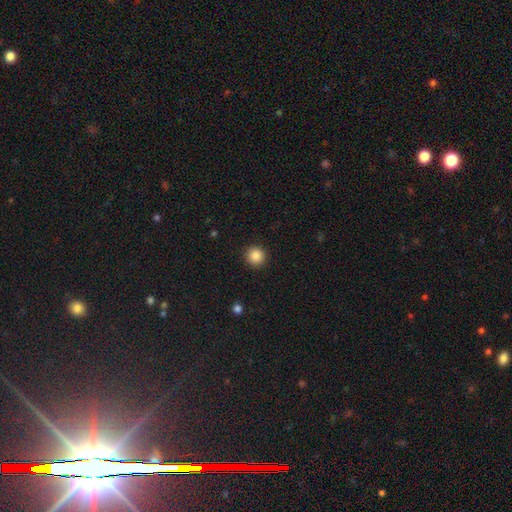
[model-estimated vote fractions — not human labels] Smooth or featured: smooth — 87% (star or artifact — 10%)
How rounded: round — 95% (in between — 4%)
Merging: none — 92% (minor disturbance — 5%)